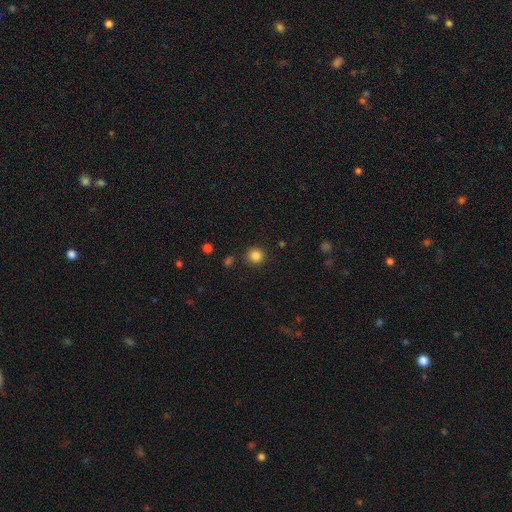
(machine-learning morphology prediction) Smooth or featured?
  - smooth: 84% *
  - star or artifact: 12%
  - featured or disk: 4%
How rounded?
  - round: 91% *
  - in between: 8%
  - cigar-shaped: 1%
Merging?
  - none: 88% *
  - minor disturbance: 7%
  - merger: 3%
  - major disturbance: 2%